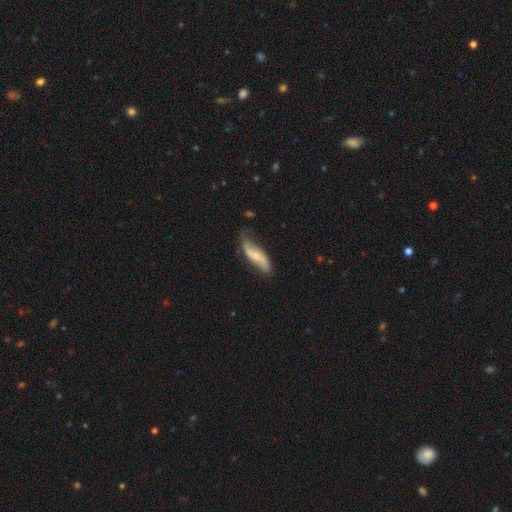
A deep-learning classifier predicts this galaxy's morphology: This is likely a featured or disk galaxy (63%). It is clearly not viewed edge-on (86%). Bar: possibly no (46%). Spiral arm pattern: clearly yes (89%). Central bulge: likely small (60%). Merging: possibly none (55%).